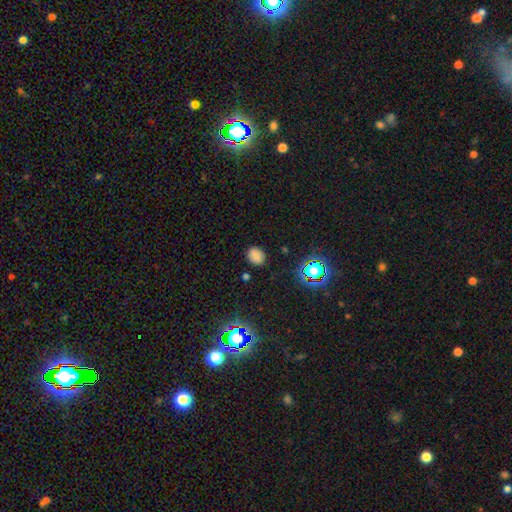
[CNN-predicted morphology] Smooth or featured: smooth — 76% (star or artifact — 18%)
How rounded: round — 52% (in between — 46%)
Merging: none — 83% (minor disturbance — 12%)